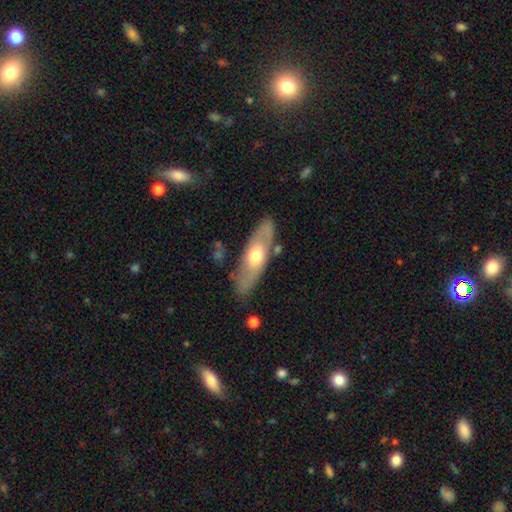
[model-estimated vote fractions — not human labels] smooth_or_featured: featured or disk (p=0.48) [alt: smooth p=0.47]
merging: none (p=0.80) [alt: minor disturbance p=0.14]